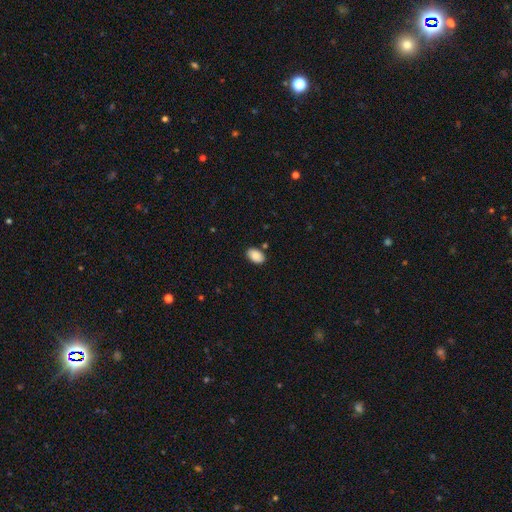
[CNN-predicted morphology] Smooth or featured? smooth (88%)
How rounded? in between (92%)
Merging? none (82%)